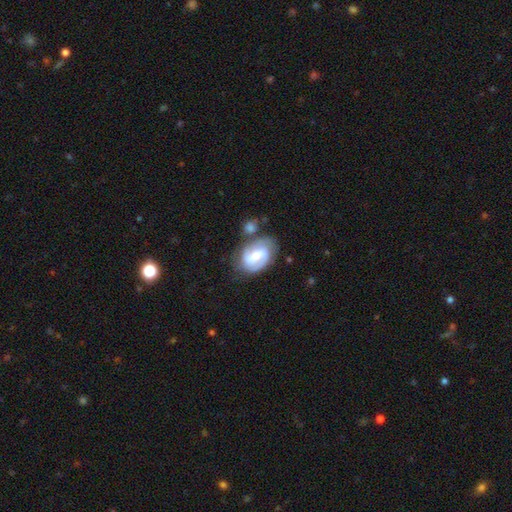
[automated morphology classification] Smooth or featured?
  - featured or disk: 79% *
  - smooth: 16%
  - star or artifact: 5%
Edge-on disk?
  - no: 97% *
  - yes: 3%
Bar?
  - weak: 48% *
  - strong: 29%
  - no: 23%
Spiral arms?
  - yes: 94% *
  - no: 6%
Spiral winding?
  - medium: 46% *
  - tight: 35%
  - loose: 19%
Spiral arm count?
  - 2: 79% *
  - can't tell: 9%
  - 3: 7%
  - 1: 3%
  - 4: 1%
  - more than 4: 1%
Bulge size?
  - small: 50% *
  - moderate: 41%
  - none: 4%
  - large: 4%
  - dominant: 1%
Merging?
  - none: 63% *
  - minor disturbance: 19%
  - merger: 11%
  - major disturbance: 7%